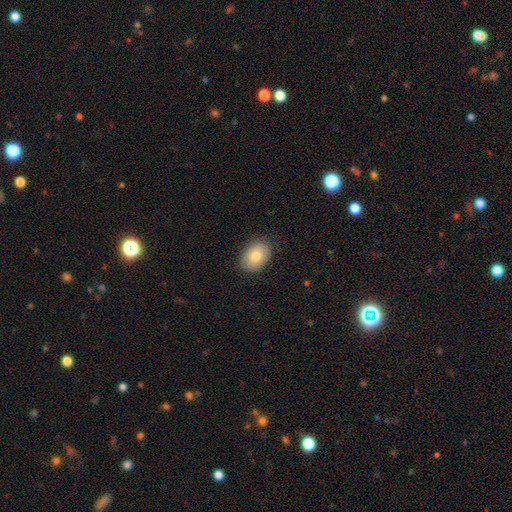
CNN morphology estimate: Smooth or featured? smooth (80%)
How rounded? in between (77%)
Merging? none (86%)